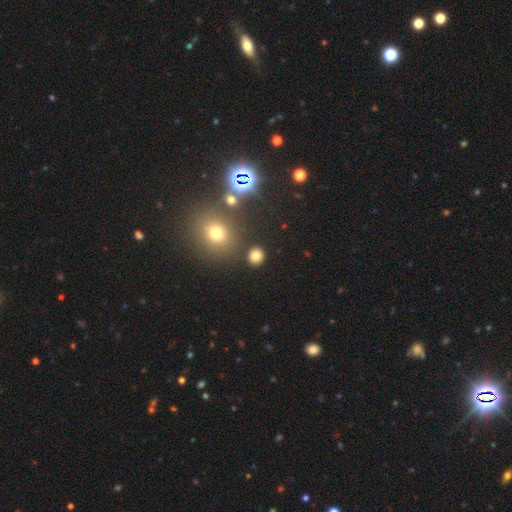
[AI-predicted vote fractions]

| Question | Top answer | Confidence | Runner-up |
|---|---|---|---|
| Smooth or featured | smooth | 77% | star or artifact (17%) |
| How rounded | round | 82% | in between (17%) |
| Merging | none | 87% | minor disturbance (6%) |